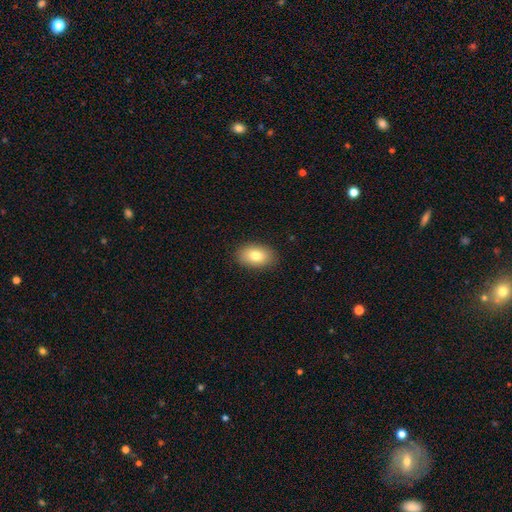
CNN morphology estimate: Overall: smooth (80%). How rounded: in between (87%). Merging: none (88%).